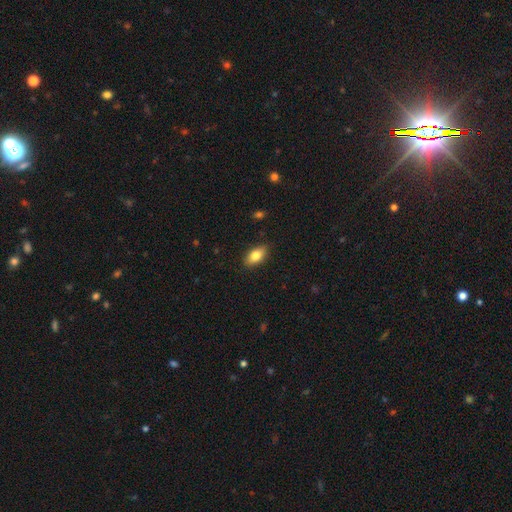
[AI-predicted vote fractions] A smooth galaxy with no disk features (80%) that is in between round and cigar-shaped (89%).

Vote fractions:
- Smooth or featured? smooth: 80% / featured or disk: 13% / star or artifact: 7%
- How rounded? in between: 89% / cigar-shaped: 6% / round: 5%
- Merging? none: 87% / minor disturbance: 9% / major disturbance: 2% / merger: 1%